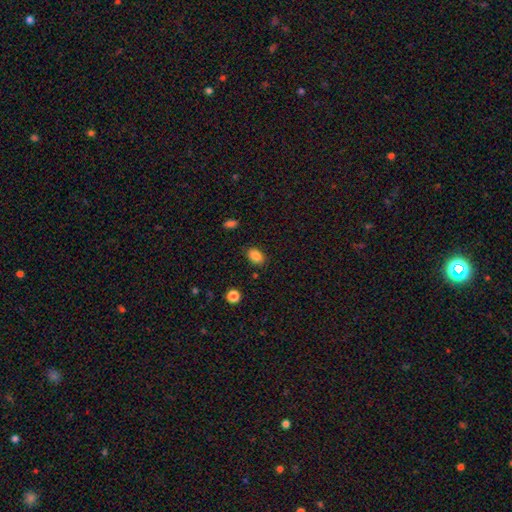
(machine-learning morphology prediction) A smooth galaxy with no disk features (85%) that is in between round and cigar-shaped (82%). Merging: none (85%).